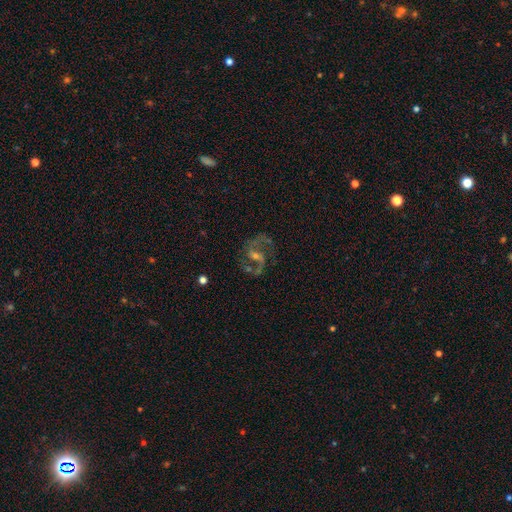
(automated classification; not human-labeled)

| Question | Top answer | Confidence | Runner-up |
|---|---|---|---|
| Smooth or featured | featured or disk | 87% | star or artifact (9%) |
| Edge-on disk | no | 98% | yes (2%) |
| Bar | weak | 50% | no (28%) |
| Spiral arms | yes | 97% | no (3%) |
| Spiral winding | medium | 58% | loose (31%) |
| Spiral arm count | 2 | 90% | can't tell (3%) |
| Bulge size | small | 52% | moderate (36%) |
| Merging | none | 74% | minor disturbance (14%) |